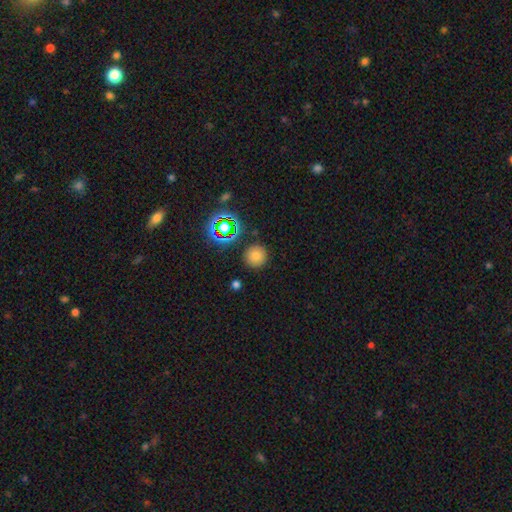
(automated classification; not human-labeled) This is likely a smooth galaxy (74%). How rounded: clearly round (94%). Merging: clearly none (88%).